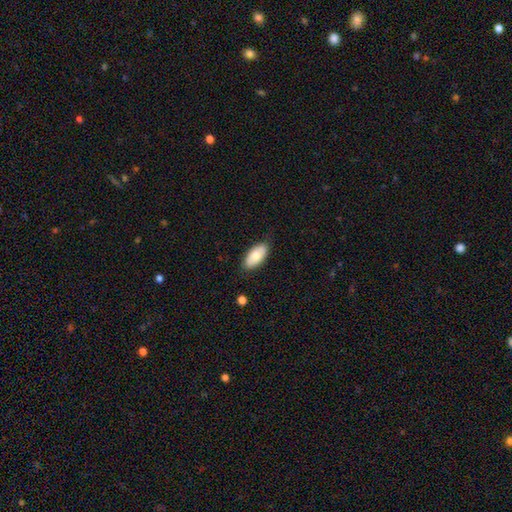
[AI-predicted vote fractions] Q: Smooth or featured?
A: smooth (77%); runner-up: featured or disk (17%)
Q: How rounded?
A: in between (93%); runner-up: cigar-shaped (5%)
Q: Merging?
A: none (84%); runner-up: minor disturbance (12%)